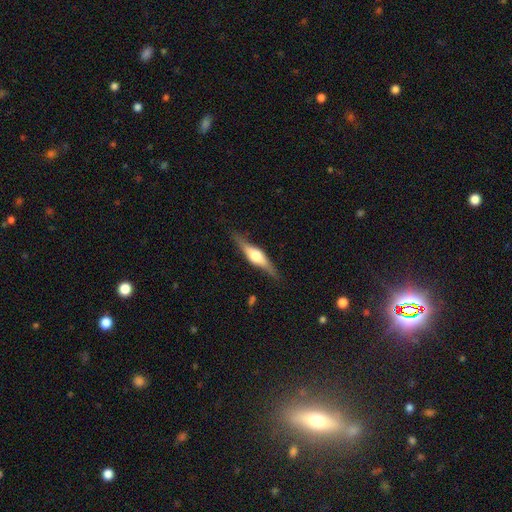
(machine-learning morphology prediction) Smooth or featured? Predicted: featured or disk (p=0.74). Edge-on disk? Predicted: yes (p=0.95). Edge-on bulge? Predicted: rounded (p=0.89). Merging? Predicted: none (p=0.84).